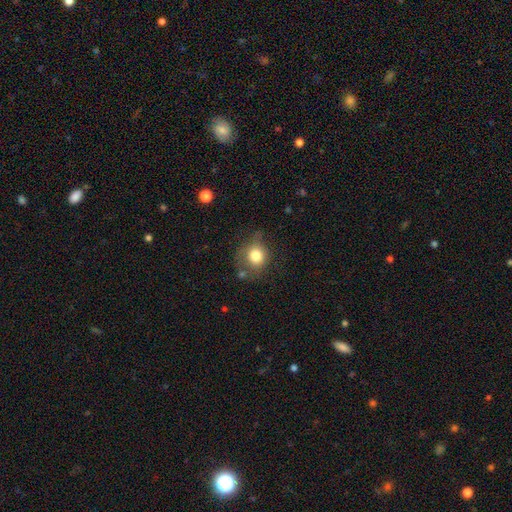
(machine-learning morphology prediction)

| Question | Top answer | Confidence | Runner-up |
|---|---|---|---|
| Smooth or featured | smooth | 79% | featured or disk (11%) |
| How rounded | round | 77% | in between (22%) |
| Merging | none | 57% | minor disturbance (26%) |